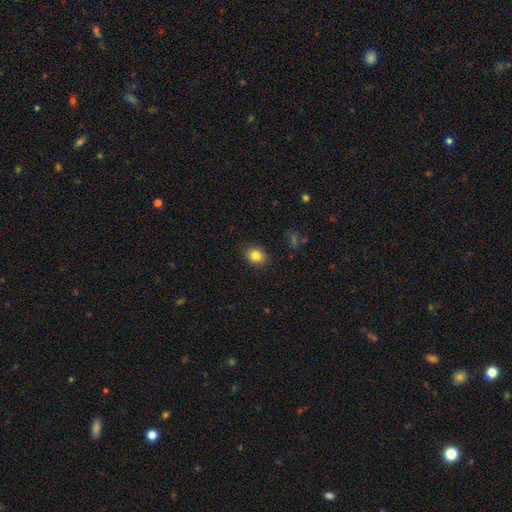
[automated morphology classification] A smooth galaxy with no disk features (83%) that is round (57%).

Vote fractions:
- Smooth or featured? smooth: 83% / star or artifact: 10% / featured or disk: 7%
- How rounded? round: 57% / in between: 42% / cigar-shaped: 1%
- Merging? none: 88% / minor disturbance: 8% / major disturbance: 2% / merger: 1%